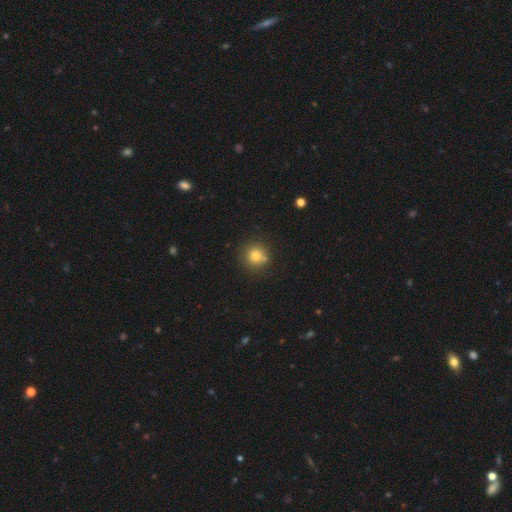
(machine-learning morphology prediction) smooth 78%, star or artifact 13%, featured or disk 9%. Down the decision tree: how rounded — round (92%); merging — none (75%).